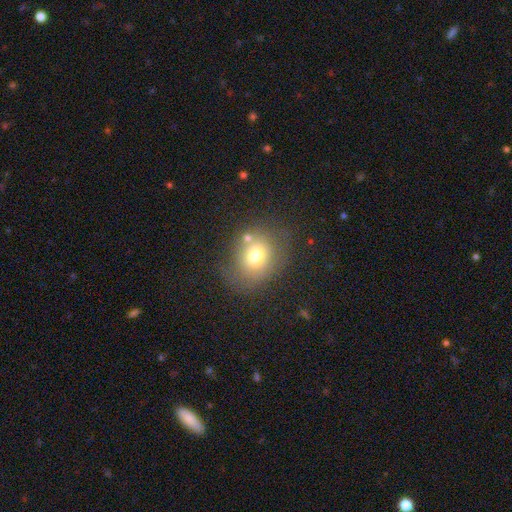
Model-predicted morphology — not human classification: A smooth galaxy with no disk features (71%) that is round (63%).

Vote fractions:
- Smooth or featured? smooth: 71% / featured or disk: 16% / star or artifact: 14%
- How rounded? round: 63% / in between: 36% / cigar-shaped: 1%
- Merging? none: 67% / minor disturbance: 17% / merger: 8% / major disturbance: 8%